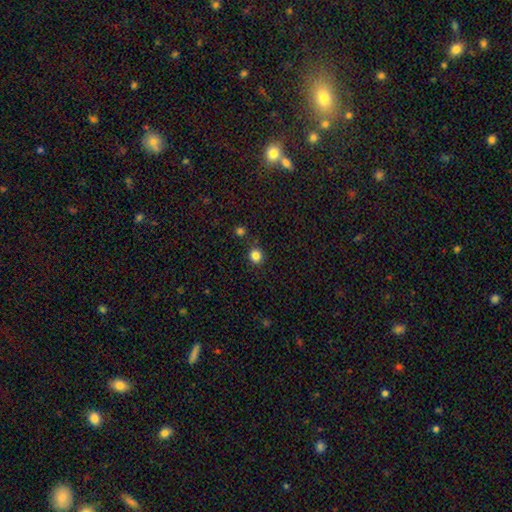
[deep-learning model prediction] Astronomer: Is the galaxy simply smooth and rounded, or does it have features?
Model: smooth — 84%.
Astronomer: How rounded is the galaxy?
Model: round — 86%.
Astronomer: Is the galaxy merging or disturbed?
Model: none — 85%.